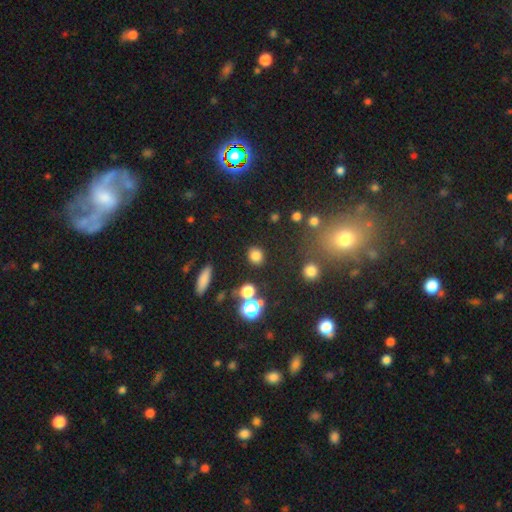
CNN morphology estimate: Smooth or featured? smooth (79%)
How rounded? round (75%)
Merging? none (84%)